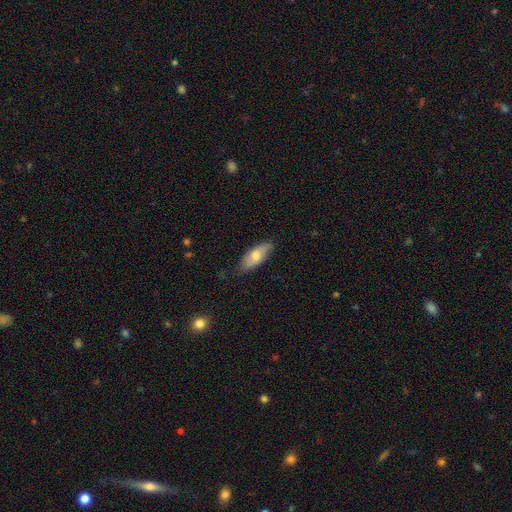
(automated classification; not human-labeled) Smooth or featured? Predicted: smooth (p=0.64). How rounded? Predicted: in between (p=0.78). Merging? Predicted: none (p=0.76).